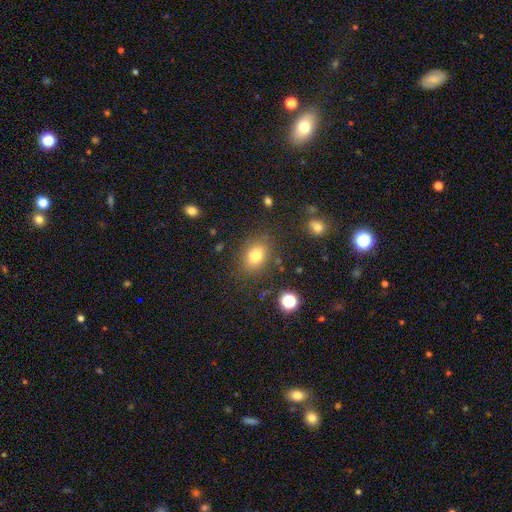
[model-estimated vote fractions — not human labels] The model was most divided on "how rounded": in between: 60%, round: 39%, cigar-shaped: 1%. More confident: merging — none (81%); smooth or featured — smooth (77%).